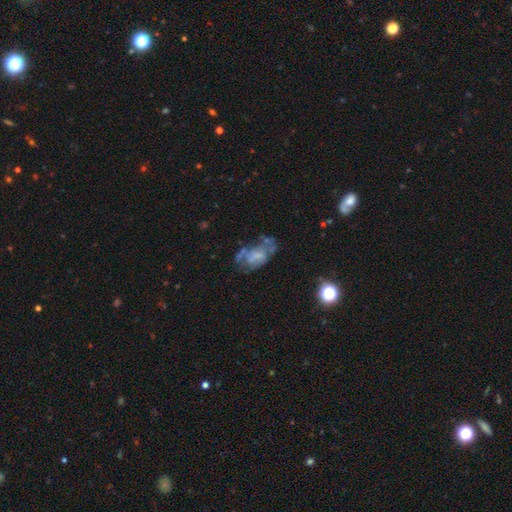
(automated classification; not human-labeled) Smooth or featured?
  - featured or disk: 57% *
  - smooth: 30%
  - star or artifact: 13%
Edge-on disk?
  - no: 96% *
  - yes: 4%
Bar?
  - no: 70% *
  - weak: 24%
  - strong: 5%
Spiral arms?
  - no: 65% *
  - yes: 35%
Bulge size?
  - none: 40% *
  - small: 32%
  - moderate: 22%
  - large: 4%
  - dominant: 1%
Merging?
  - none: 38% *
  - major disturbance: 28%
  - minor disturbance: 24%
  - merger: 9%